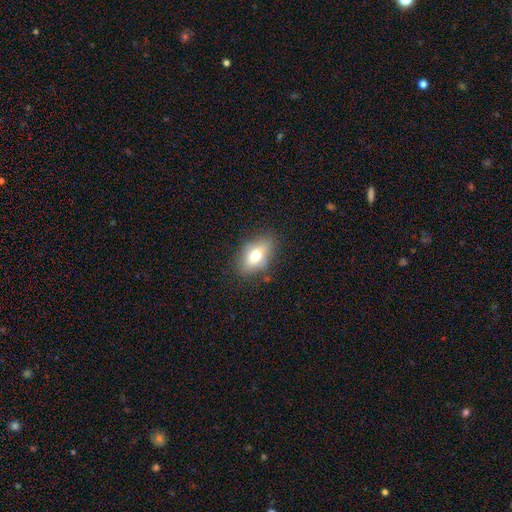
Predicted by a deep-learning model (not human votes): smooth 67%, featured or disk 23%, star or artifact 10%. Down the decision tree: how rounded — in between (81%); merging — none (77%).